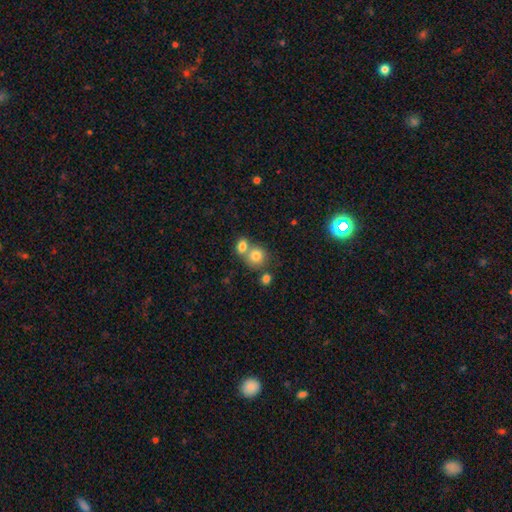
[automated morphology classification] Smooth or featured?
  - smooth: 79% *
  - star or artifact: 11%
  - featured or disk: 11%
How rounded?
  - round: 77% *
  - in between: 22%
  - cigar-shaped: 1%
Merging?
  - merger: 46% *
  - none: 43%
  - minor disturbance: 8%
  - major disturbance: 3%